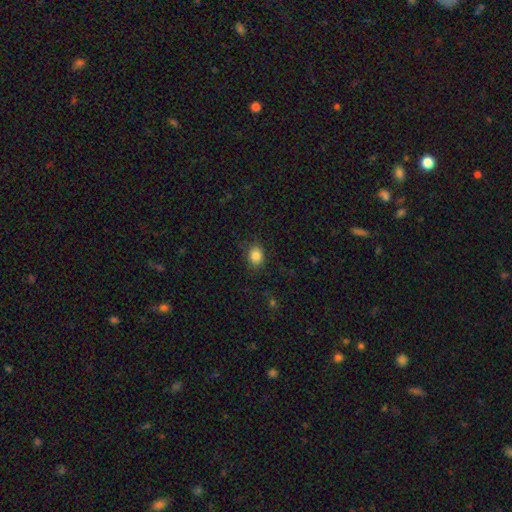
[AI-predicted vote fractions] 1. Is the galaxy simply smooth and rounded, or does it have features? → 85% smooth, 10% star or artifact, 5% featured or disk.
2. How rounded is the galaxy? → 54% round, 45% in between, 1% cigar-shaped.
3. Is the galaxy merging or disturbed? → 82% none, 13% minor disturbance, 4% major disturbance, 1% merger.